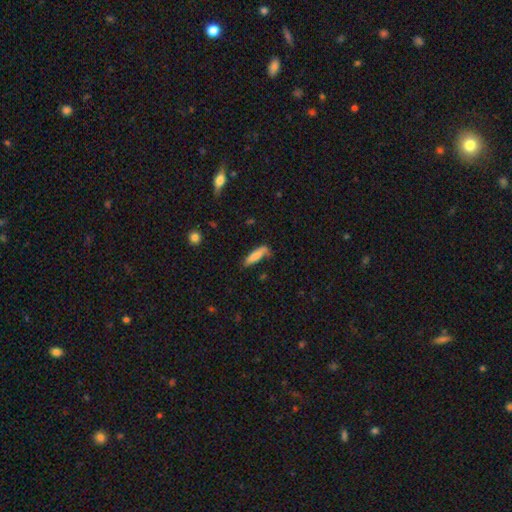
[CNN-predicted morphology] Overall: smooth (77%). How rounded: cigar-shaped (71%). Merging: none (59%; minor disturbance 27%).